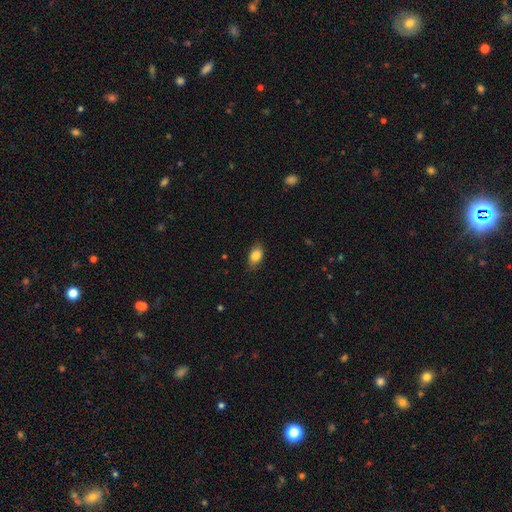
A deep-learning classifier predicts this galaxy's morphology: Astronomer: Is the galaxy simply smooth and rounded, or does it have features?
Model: smooth — 84%.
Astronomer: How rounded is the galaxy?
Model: in between — 85%.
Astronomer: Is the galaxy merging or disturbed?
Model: none — 80%.